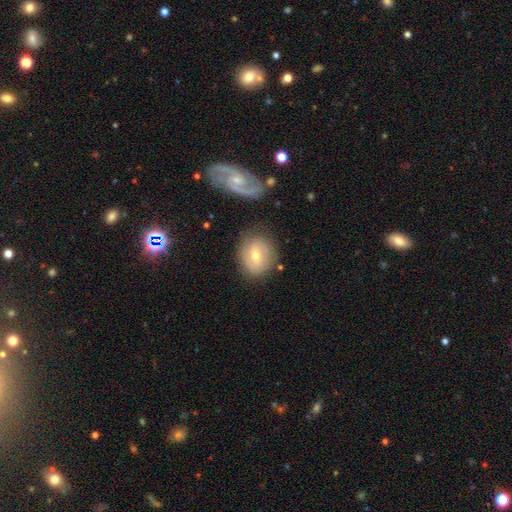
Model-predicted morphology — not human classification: type=smooth (49%); merging=none (76%).